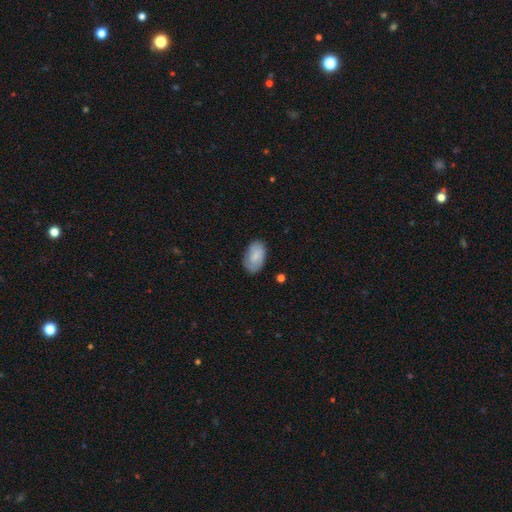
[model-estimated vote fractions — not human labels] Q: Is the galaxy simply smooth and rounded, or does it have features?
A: smooth — 69%.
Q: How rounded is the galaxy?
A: in between — 93%.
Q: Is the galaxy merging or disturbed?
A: none — 78%.